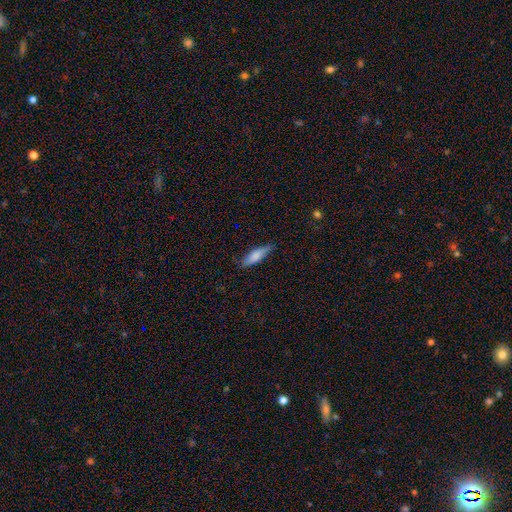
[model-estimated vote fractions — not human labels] A smooth galaxy with no disk features (76%) that is cigar-shaped (58%). Merging: none (79%).